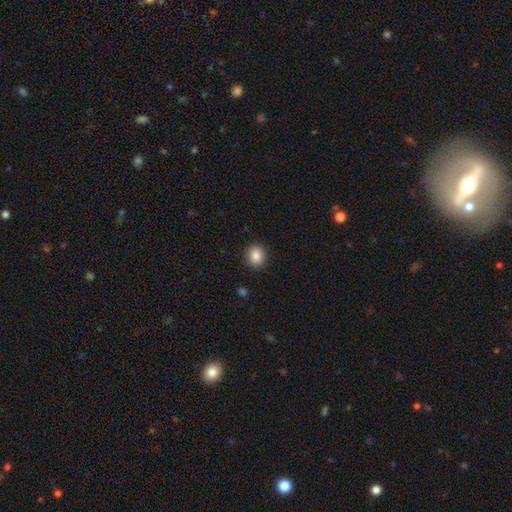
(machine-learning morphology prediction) smooth_or_featured: smooth (p=0.87) [alt: star or artifact p=0.09]
how_rounded: round (p=0.87) [alt: in between p=0.12]
merging: none (p=0.91) [alt: minor disturbance p=0.06]